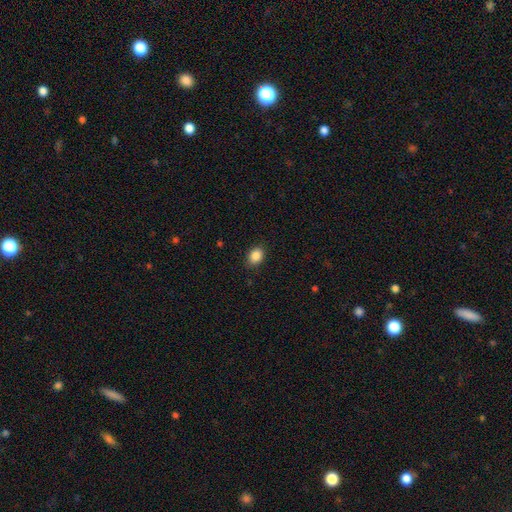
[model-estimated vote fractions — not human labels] smooth 87%, star or artifact 8%, featured or disk 4%. Down the decision tree: how rounded — in between (72%); merging — none (86%).